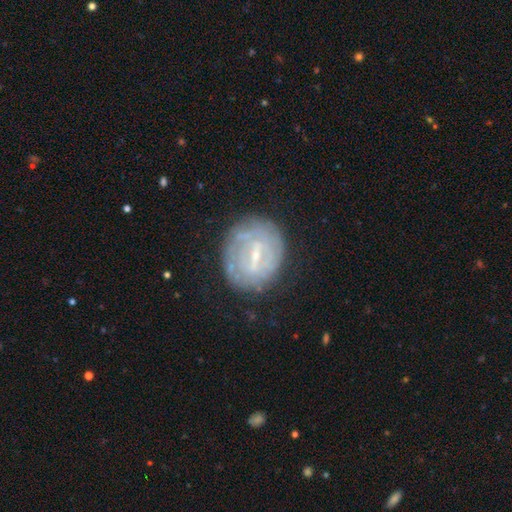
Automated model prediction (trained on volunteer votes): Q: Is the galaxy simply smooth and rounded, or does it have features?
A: featured or disk — 69%.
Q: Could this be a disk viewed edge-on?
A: no — 96%.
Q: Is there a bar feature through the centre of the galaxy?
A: weak — 51%.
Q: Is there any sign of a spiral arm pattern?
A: yes — 60%.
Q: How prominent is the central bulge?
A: small — 67%.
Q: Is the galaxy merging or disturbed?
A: none — 74%.